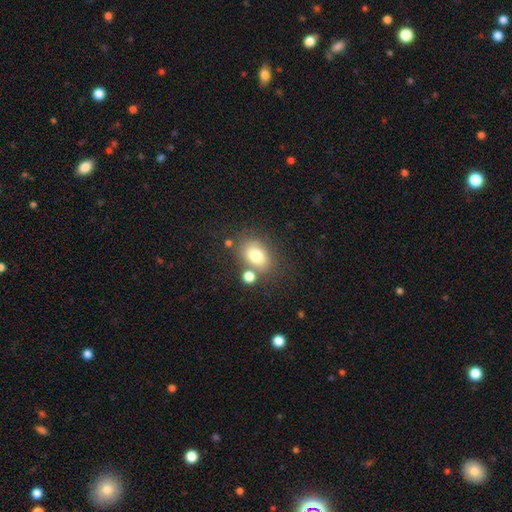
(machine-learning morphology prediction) A smooth galaxy with no disk features (76%) that is in between round and cigar-shaped (70%).

Vote fractions:
- Smooth or featured? smooth: 76% / featured or disk: 13% / star or artifact: 11%
- How rounded? in between: 70% / round: 29% / cigar-shaped: 1%
- Merging? none: 65% / merger: 16% / minor disturbance: 14% / major disturbance: 5%